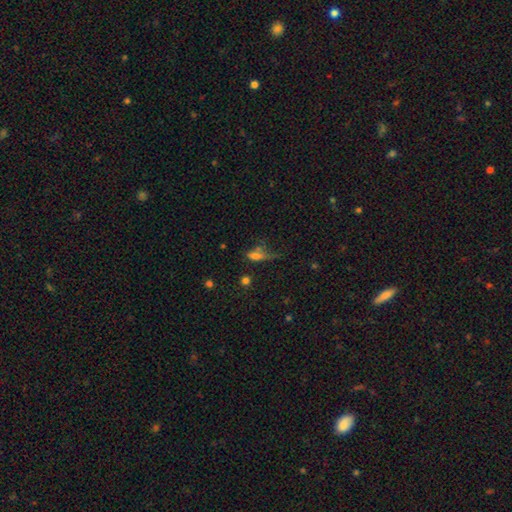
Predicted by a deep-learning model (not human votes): A smooth galaxy with no disk features (59%) that is in between round and cigar-shaped (57%). Merging: none (38%).